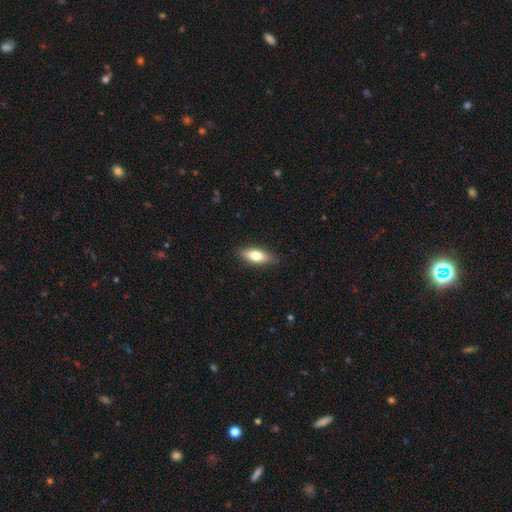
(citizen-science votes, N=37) A smooth galaxy with no disk features (81%) that is in between round and cigar-shaped (77%). Merging: none (76%).